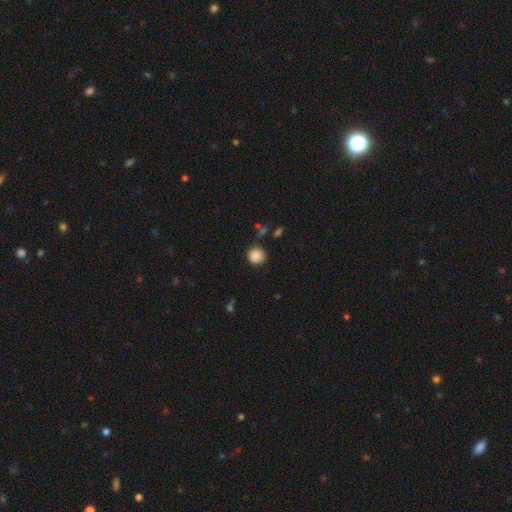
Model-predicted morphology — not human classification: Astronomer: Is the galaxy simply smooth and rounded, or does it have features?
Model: smooth — 87%.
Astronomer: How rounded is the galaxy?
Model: round — 92%.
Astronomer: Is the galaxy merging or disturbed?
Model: none — 84%.